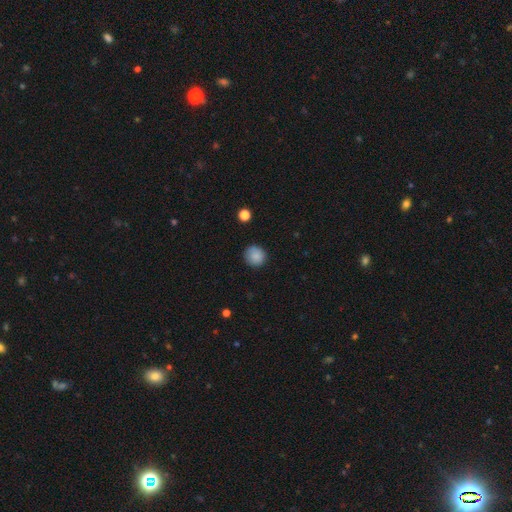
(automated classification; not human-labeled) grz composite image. It shows a smooth galaxy with no disk features (87%) that is round (92%). Merging: none (87%).